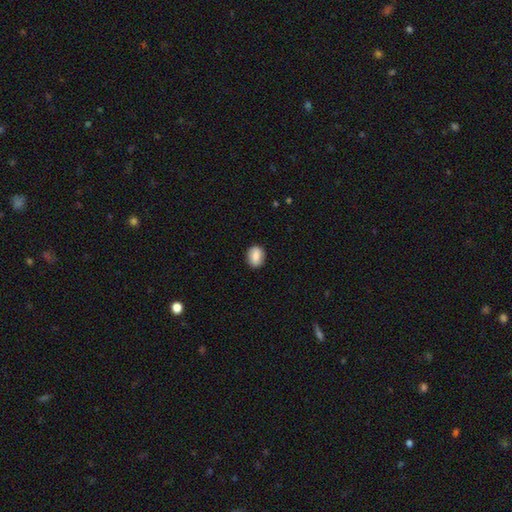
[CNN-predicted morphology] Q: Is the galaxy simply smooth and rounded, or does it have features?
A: smooth — 80%.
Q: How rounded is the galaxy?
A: in between — 51%.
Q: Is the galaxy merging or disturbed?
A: none — 89%.